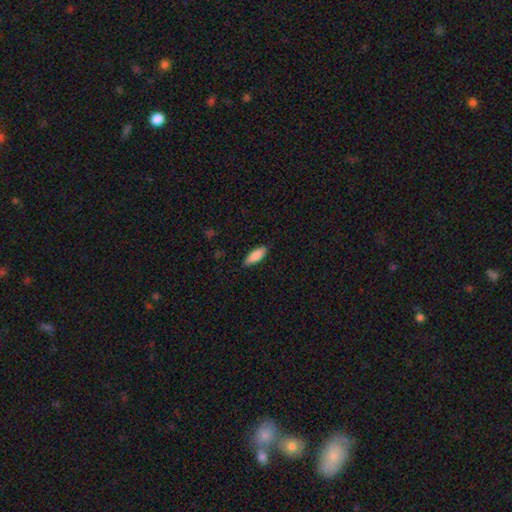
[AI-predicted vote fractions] Smooth or featured?
  - smooth: 86% *
  - featured or disk: 9%
  - star or artifact: 6%
How rounded?
  - in between: 66% *
  - cigar-shaped: 32%
  - round: 2%
Merging?
  - none: 86% *
  - minor disturbance: 11%
  - major disturbance: 2%
  - merger: 1%